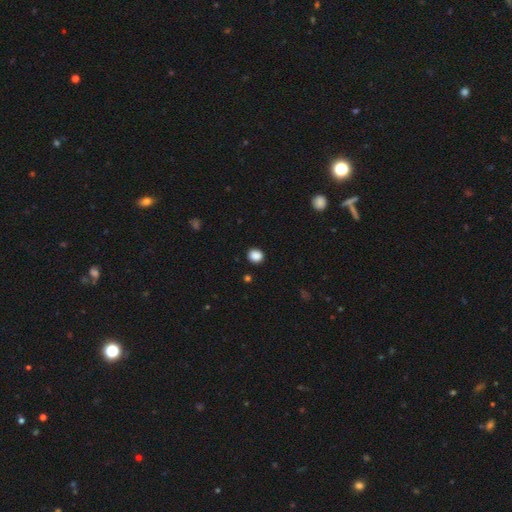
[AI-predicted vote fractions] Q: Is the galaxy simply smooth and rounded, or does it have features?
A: smooth — 88%.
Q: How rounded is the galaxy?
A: round — 76%.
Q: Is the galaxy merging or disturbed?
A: none — 90%.